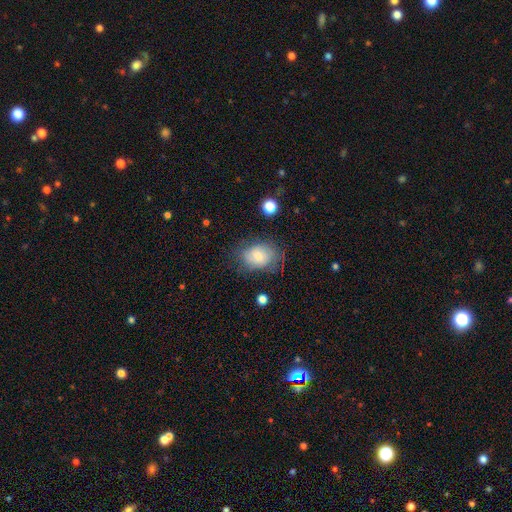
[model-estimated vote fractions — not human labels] Smooth or featured: smooth — 62% (featured or disk — 28%)
How rounded: in between — 75% (round — 24%)
Merging: none — 66% (minor disturbance — 23%)